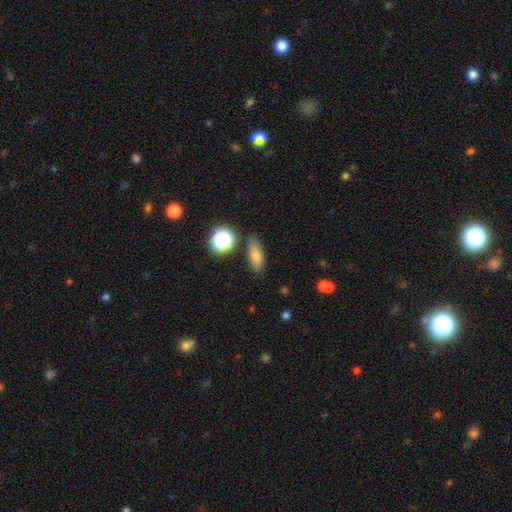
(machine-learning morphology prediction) smooth 69%, star or artifact 16%, featured or disk 15%. Down the decision tree: how rounded — in between (64%); merging — none (83%).